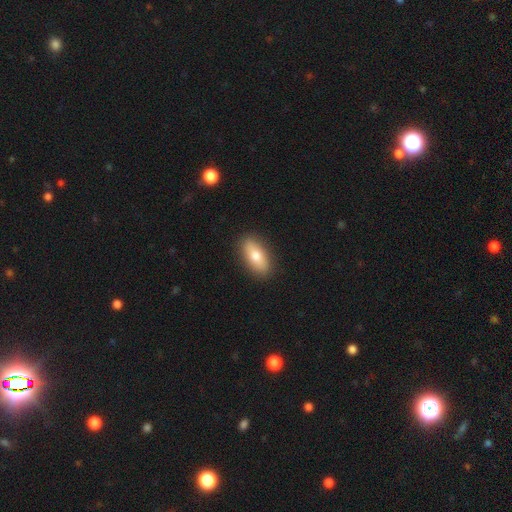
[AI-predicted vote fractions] Overall: smooth (73%). How rounded: in between (83%). Merging: none (89%).